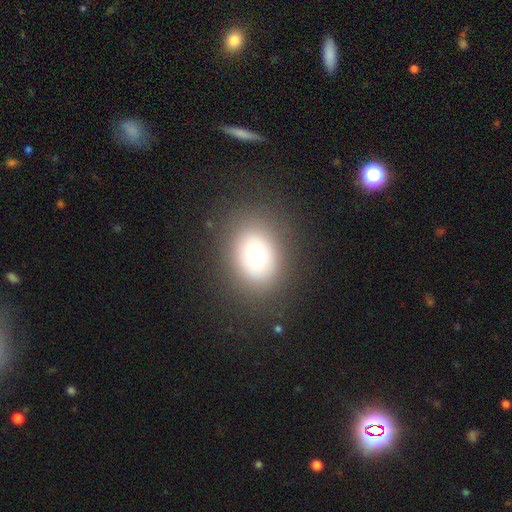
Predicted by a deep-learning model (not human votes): Smooth or featured?
  - smooth: 73% *
  - featured or disk: 14%
  - star or artifact: 13%
How rounded?
  - in between: 57% *
  - round: 42%
  - cigar-shaped: 1%
Merging?
  - none: 82% *
  - minor disturbance: 10%
  - major disturbance: 6%
  - merger: 1%